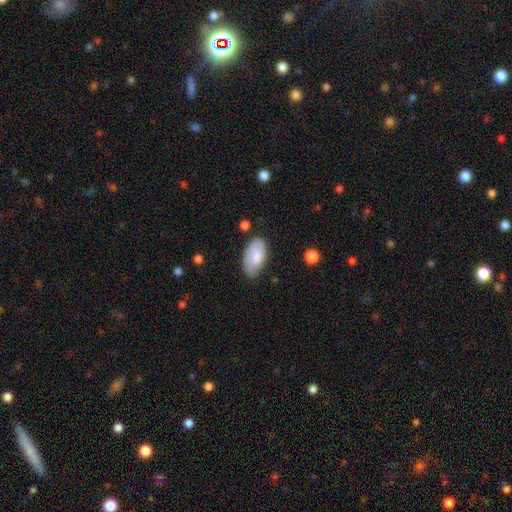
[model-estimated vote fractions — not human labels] The model was most divided on "merging": none: 68%, minor disturbance: 25%, major disturbance: 6%, merger: 2%. More confident: how rounded — in between (95%); smooth or featured — smooth (77%).